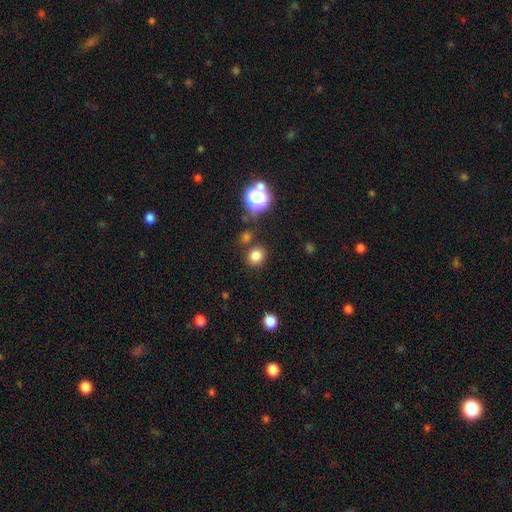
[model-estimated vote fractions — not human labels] A smooth galaxy with no disk features (80%) that is round (78%).

Vote fractions:
- Smooth or featured? smooth: 80% / star or artifact: 15% / featured or disk: 5%
- How rounded? round: 78% / in between: 21% / cigar-shaped: 1%
- Merging? none: 80% / minor disturbance: 9% / merger: 7% / major disturbance: 3%